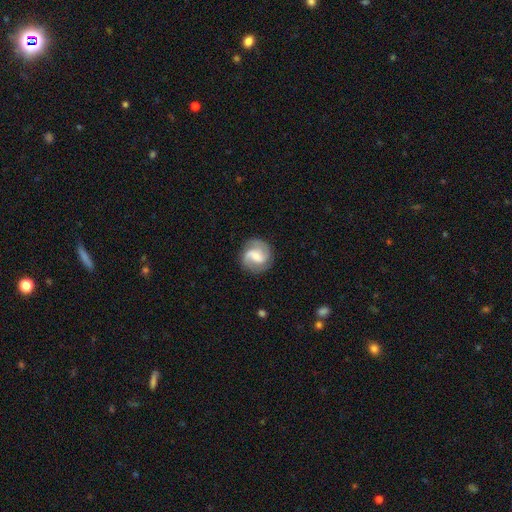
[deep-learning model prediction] smooth-or-featured: featured or disk: 77% | smooth: 17% | star or artifact: 6%
  disk-edge-on: no: 98% | yes: 2%
    bar: weak: 52% | no: 28% | strong: 20%
    has-spiral-arms: yes: 95% | no: 5%
      spiral-winding: medium: 49% | tight: 26% | loose: 25%
      spiral-arm-count: 2: 80% | 3: 7% | can't tell: 6% | 1: 3% | 4: 2% | more than 4: 2%
    bulge-size: small: 44% | moderate: 41% | none: 7% | large: 6% | dominant: 1%
  merging: none: 81% | minor disturbance: 13% | major disturbance: 5% | merger: 1%